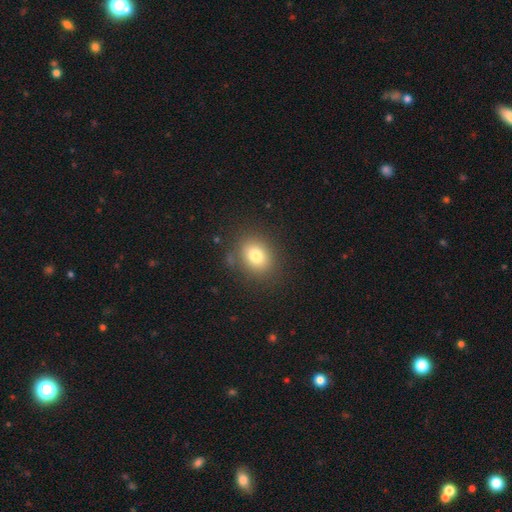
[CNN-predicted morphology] smooth-or-featured: smooth: 79% | star or artifact: 11% | featured or disk: 10%
  how-rounded: in between: 50% | round: 49% | cigar-shaped: 1%
  merging: none: 83% | minor disturbance: 11% | major disturbance: 4% | merger: 2%